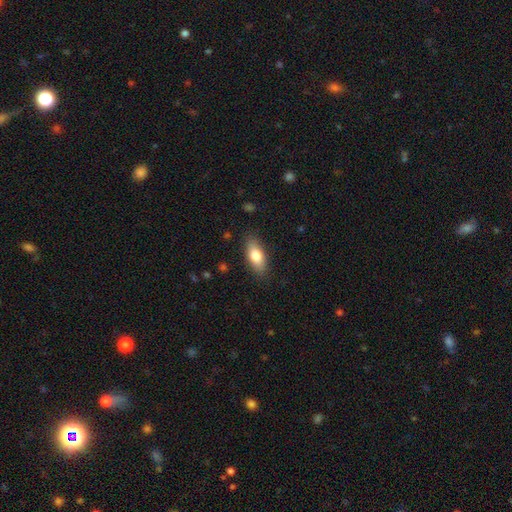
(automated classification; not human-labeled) Smooth or featured? Predicted: smooth (p=0.77). How rounded? Predicted: in between (p=0.79). Merging? Predicted: none (p=0.84).